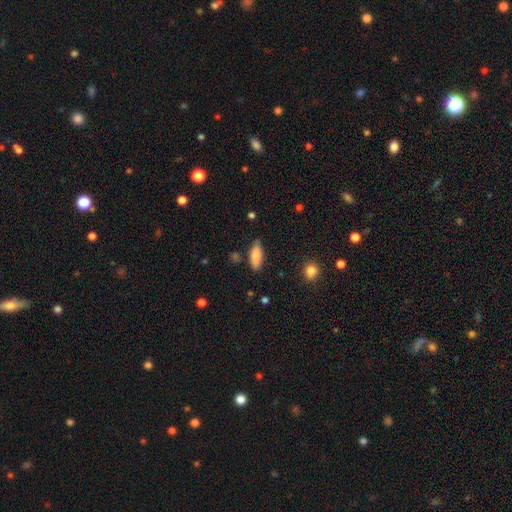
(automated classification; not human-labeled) Smooth or featured: smooth — 81% (featured or disk — 12%)
How rounded: in between — 70% (cigar-shaped — 28%)
Merging: none — 77% (minor disturbance — 18%)